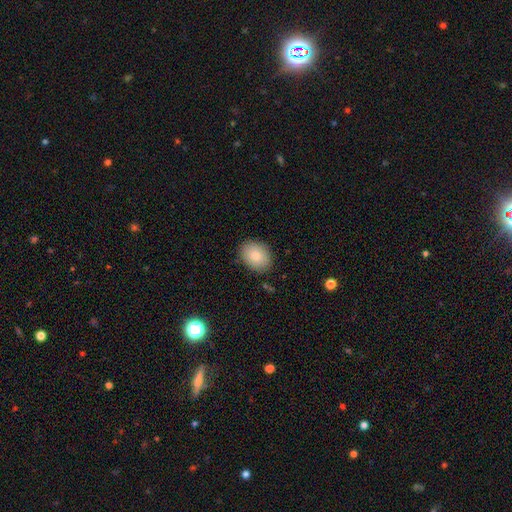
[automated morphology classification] A smooth galaxy with no disk features (84%) that is in between round and cigar-shaped (63%).

Vote fractions:
- Smooth or featured? smooth: 84% / featured or disk: 9% / star or artifact: 7%
- How rounded? in between: 63% / round: 36% / cigar-shaped: 1%
- Merging? none: 87% / minor disturbance: 10% / major disturbance: 2% / merger: 1%